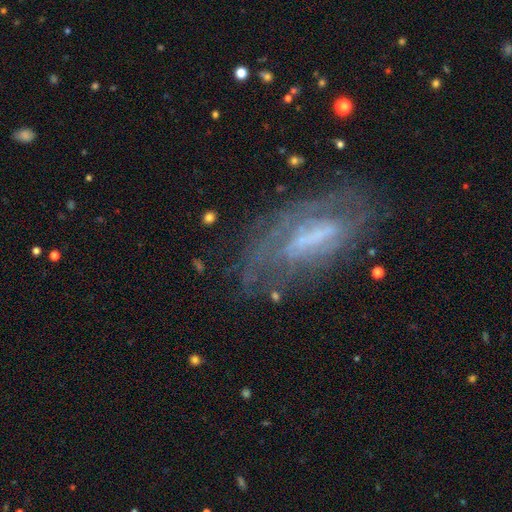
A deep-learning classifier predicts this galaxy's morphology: A featured or disk galaxy (63%) with a weak bar (38%), spiral arms (62%) and no central bulge (32%). Merging: none (66%).